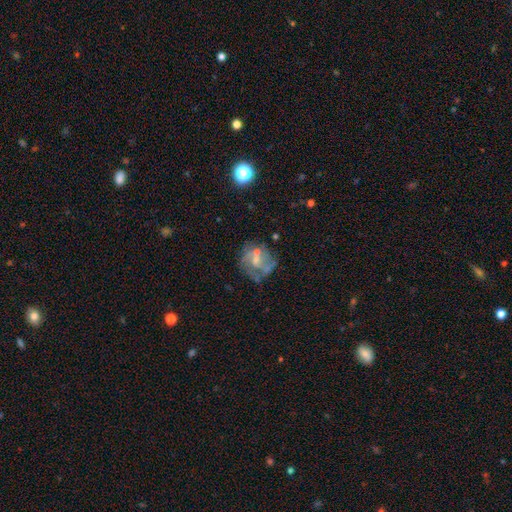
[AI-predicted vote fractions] A featured or disk galaxy (67%) with no bar (56%), spiral arms (57%) and a small central bulge (42%). Merging: none (49%).